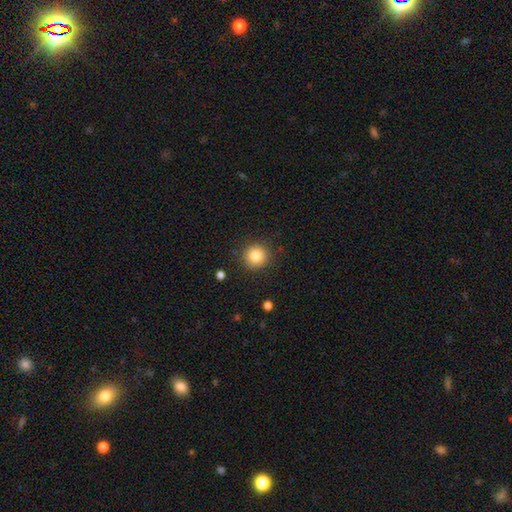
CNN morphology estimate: A smooth galaxy with no disk features (83%) that is round (94%). Merging: none (90%).